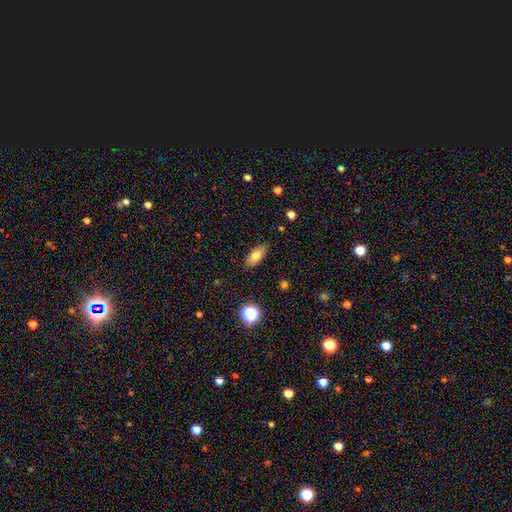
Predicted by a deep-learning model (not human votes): Morphology: type=smooth (74%); roundness=in between (82%); merging=none (84%).